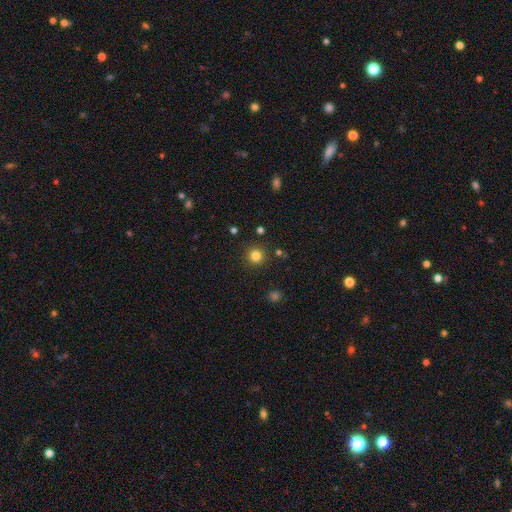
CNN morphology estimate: The model was most divided on "smooth or featured": smooth: 82%, star or artifact: 13%, featured or disk: 5%. More confident: how rounded — round (94%); merging — none (89%).